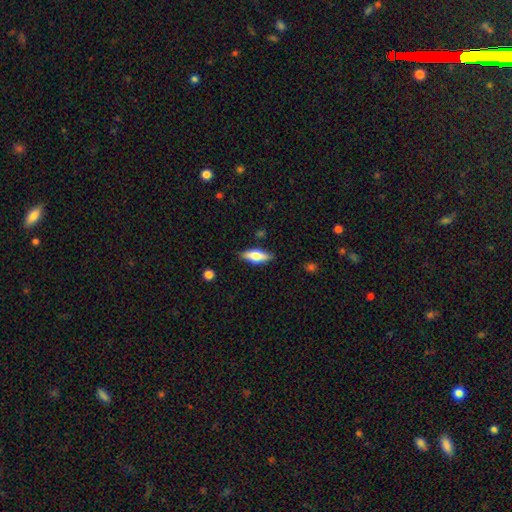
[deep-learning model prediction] smooth-or-featured: smooth: 63% | featured or disk: 30% | star or artifact: 6%
  how-rounded: in between: 64% | cigar-shaped: 34% | round: 3%
  merging: none: 84% | minor disturbance: 12% | major disturbance: 2% | merger: 1%